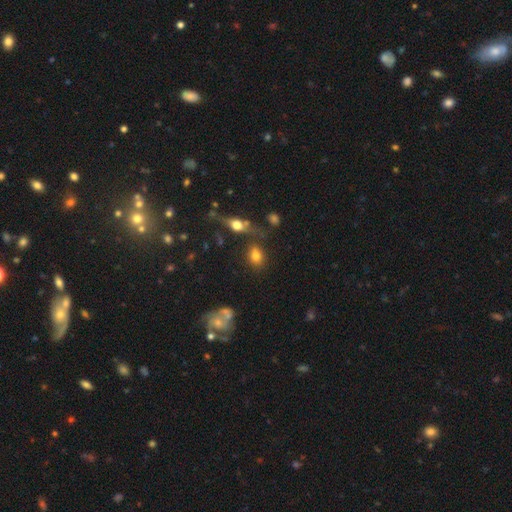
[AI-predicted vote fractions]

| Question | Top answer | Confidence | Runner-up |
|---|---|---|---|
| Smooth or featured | smooth | 76% | featured or disk (12%) |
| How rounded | in between | 58% | round (40%) |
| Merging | none | 68% | minor disturbance (14%) |